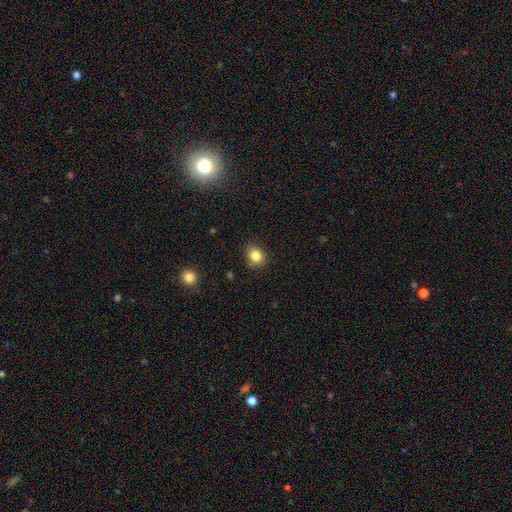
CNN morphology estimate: Q: Smooth or featured?
A: smooth (84%); runner-up: star or artifact (11%)
Q: How rounded?
A: round (65%); runner-up: in between (34%)
Q: Merging?
A: none (81%); runner-up: minor disturbance (14%)